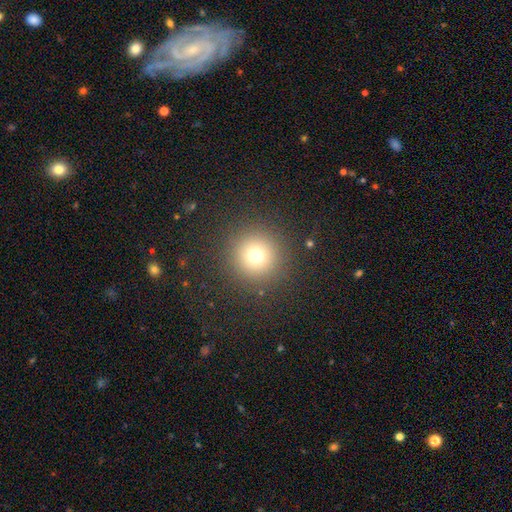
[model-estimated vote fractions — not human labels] This appears to be a smooth galaxy with no disk features (71%) that is round (96%). Merging: none (89%).